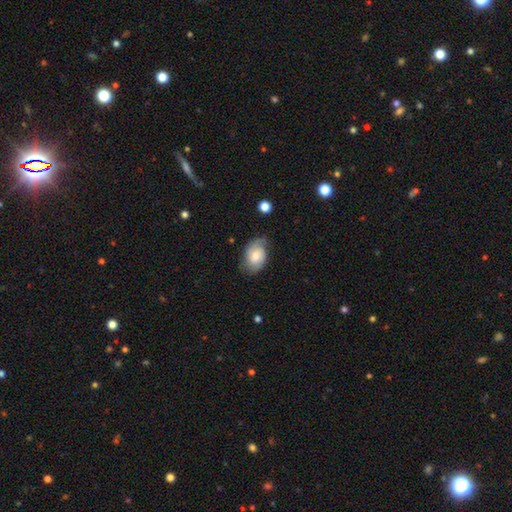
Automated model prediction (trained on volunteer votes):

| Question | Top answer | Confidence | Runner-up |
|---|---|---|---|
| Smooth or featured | smooth | 49% | featured or disk (44%) |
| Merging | none | 60% | minor disturbance (29%) |